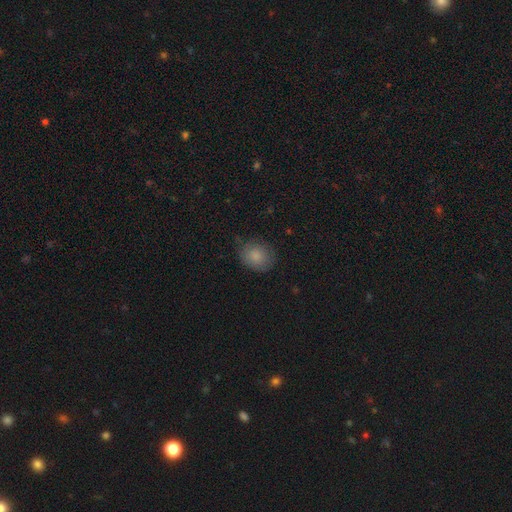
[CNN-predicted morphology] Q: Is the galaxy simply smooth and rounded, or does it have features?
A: smooth — 83%.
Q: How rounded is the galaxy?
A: round — 60%.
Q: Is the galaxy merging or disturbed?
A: none — 72%.